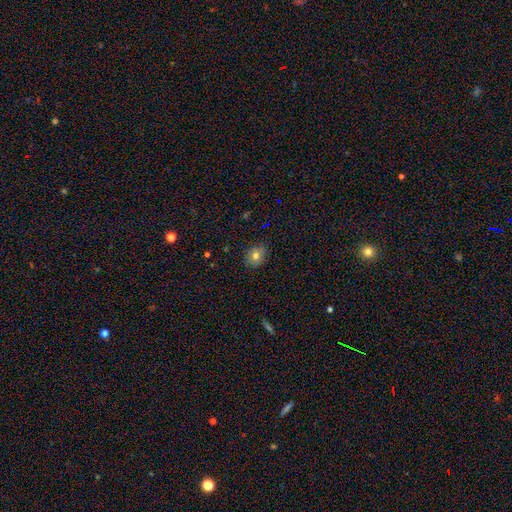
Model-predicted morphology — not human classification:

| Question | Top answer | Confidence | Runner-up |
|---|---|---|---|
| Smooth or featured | smooth | 75% | star or artifact (13%) |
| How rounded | round | 70% | in between (29%) |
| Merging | none | 86% | minor disturbance (10%) |